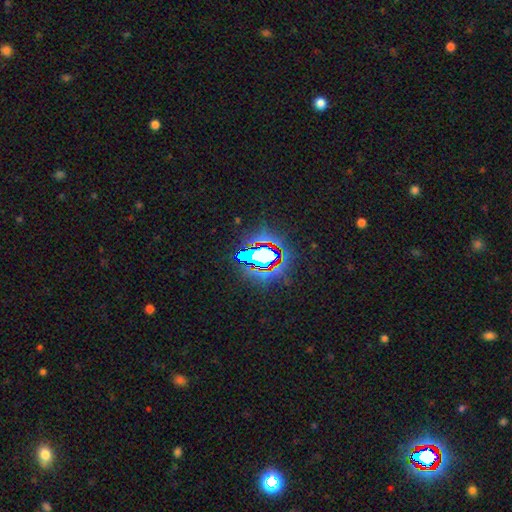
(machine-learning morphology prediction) star or artifact 82%, smooth 10%, featured or disk 8%.